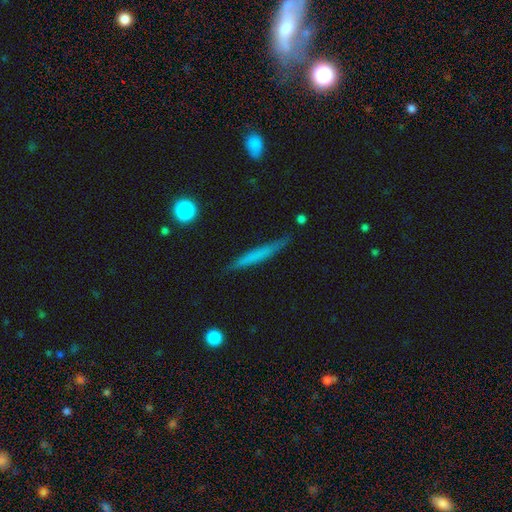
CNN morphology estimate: Smooth or featured? Predicted: smooth (p=0.56). How rounded? Predicted: cigar-shaped (p=0.95). Merging? Predicted: none (p=0.84).